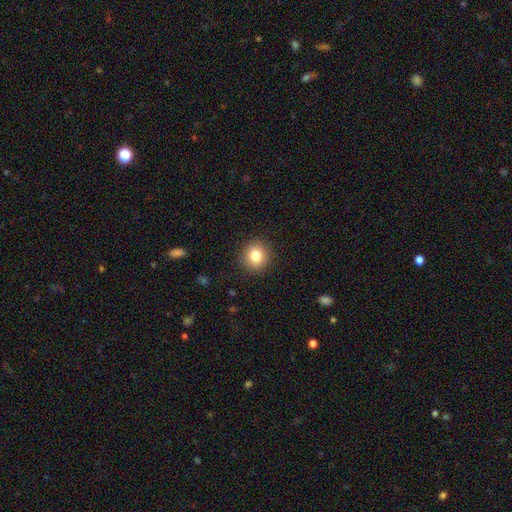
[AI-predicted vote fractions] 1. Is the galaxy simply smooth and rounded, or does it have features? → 81% smooth, 11% star or artifact, 8% featured or disk.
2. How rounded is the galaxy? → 86% round, 13% in between, 1% cigar-shaped.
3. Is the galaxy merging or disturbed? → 90% none, 7% minor disturbance, 2% major disturbance, 1% merger.